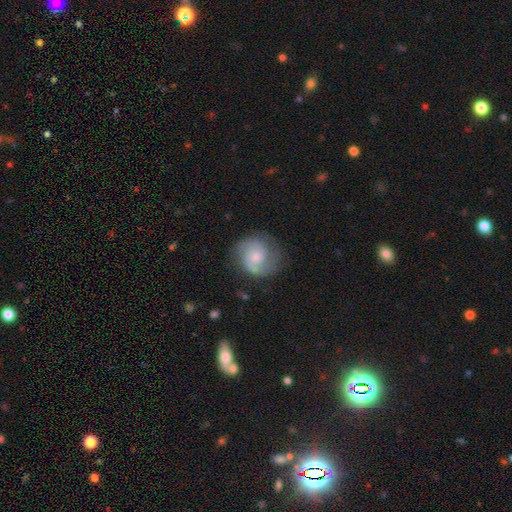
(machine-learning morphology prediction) Smooth or featured: featured or disk — 75% (smooth — 17%)
Edge-on disk: no — 98% (yes — 2%)
Bar: no — 65% (weak — 31%)
Spiral arms: yes — 95% (no — 5%)
Spiral winding: tight — 44% (medium — 43%)
Spiral arm count: 2 — 80% (can't tell — 9%)
Bulge size: small — 47% (moderate — 42%)
Merging: none — 78% (minor disturbance — 15%)